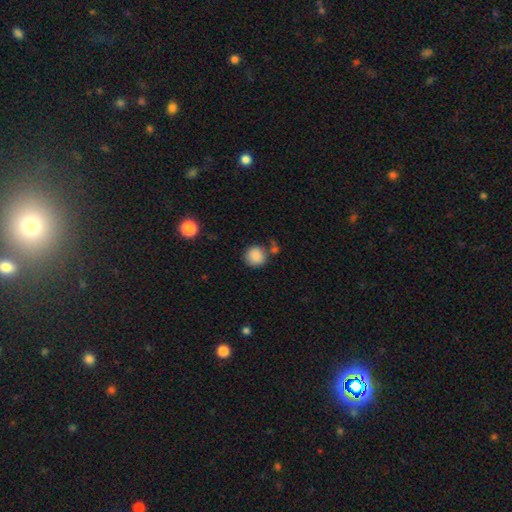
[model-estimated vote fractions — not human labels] A smooth galaxy with no disk features (87%) that is round (88%). Merging: none (67%).